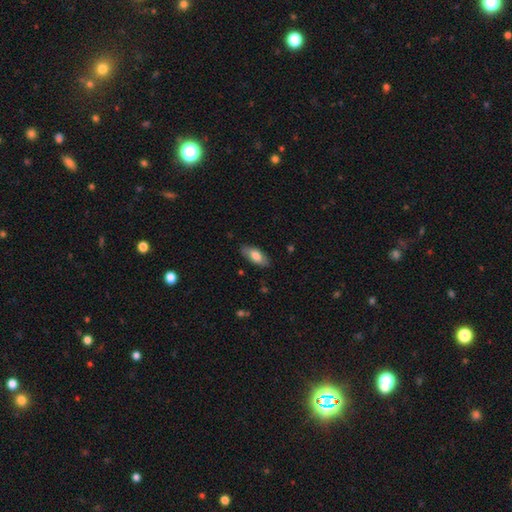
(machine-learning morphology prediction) This appears to be a smooth galaxy with no disk features (73%) that is in between round and cigar-shaped (87%). Merging: none (83%).